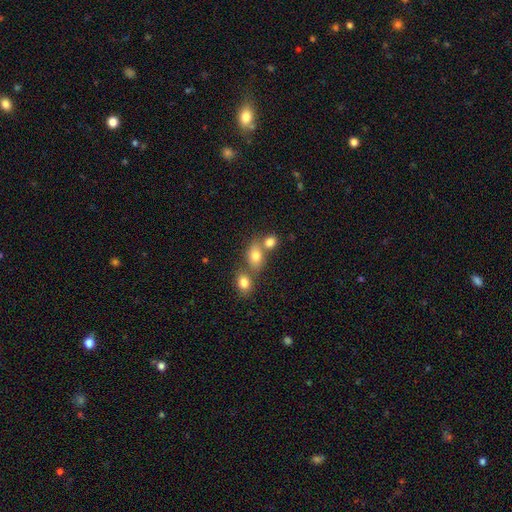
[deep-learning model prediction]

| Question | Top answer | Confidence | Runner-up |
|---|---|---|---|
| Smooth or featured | smooth | 76% | featured or disk (12%) |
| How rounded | in between | 64% | round (34%) |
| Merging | none | 46% | merger (39%) |